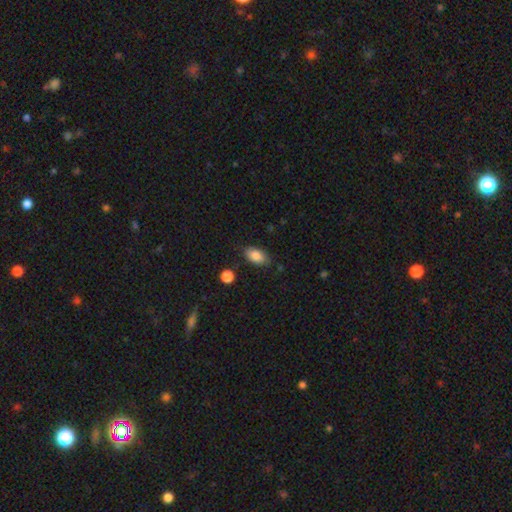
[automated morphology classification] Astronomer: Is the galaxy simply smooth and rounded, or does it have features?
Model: smooth — 85%.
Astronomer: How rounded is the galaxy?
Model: in between — 91%.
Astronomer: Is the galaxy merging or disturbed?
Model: none — 80%.